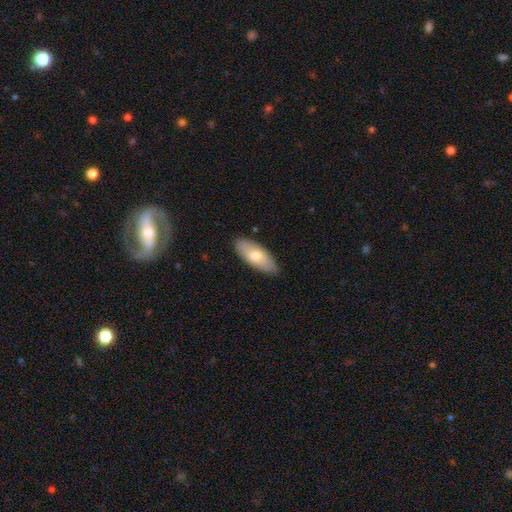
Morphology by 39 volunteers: Smooth or featured: smooth — 72% (featured or disk — 21%)
How rounded: in between — 89% (cigar-shaped — 11%)
Merging: none — 78% (minor disturbance — 22%)